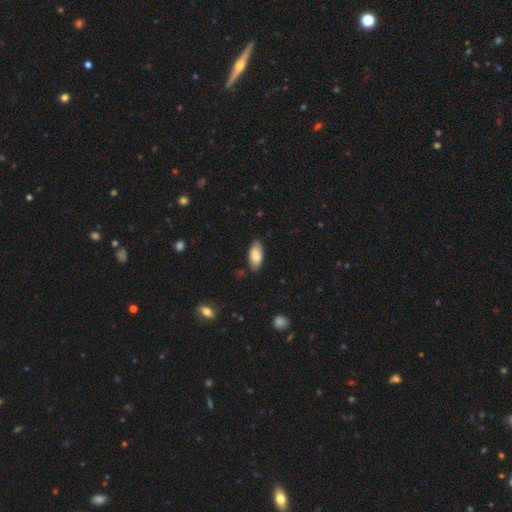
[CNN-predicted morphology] Smooth or featured: smooth — 84% (featured or disk — 9%)
How rounded: in between — 89% (cigar-shaped — 9%)
Merging: none — 80% (minor disturbance — 16%)